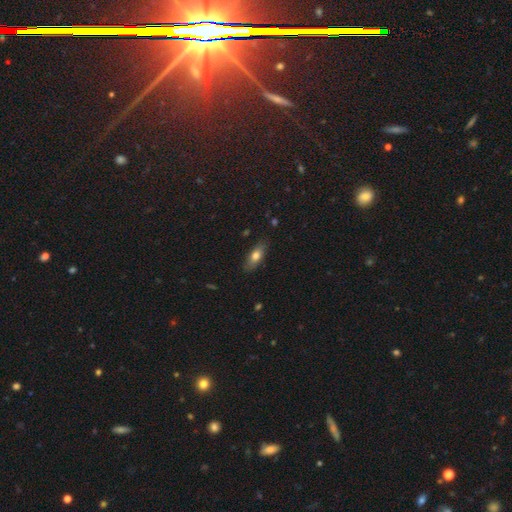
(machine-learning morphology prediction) Overall: smooth (72%). How rounded: in between (71%). Merging: none (82%).